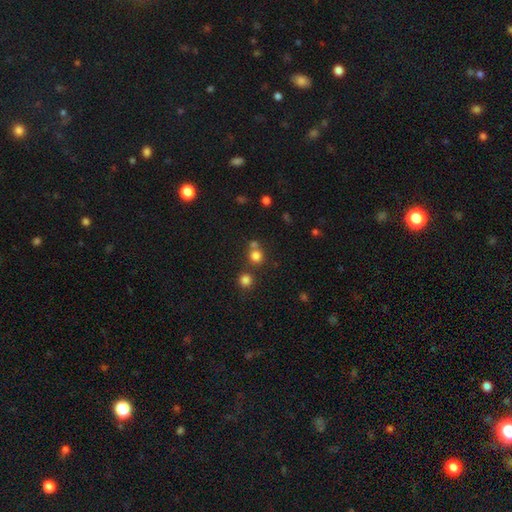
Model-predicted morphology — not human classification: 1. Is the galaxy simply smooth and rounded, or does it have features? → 77% smooth, 17% star or artifact, 7% featured or disk.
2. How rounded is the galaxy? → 89% round, 10% in between, 1% cigar-shaped.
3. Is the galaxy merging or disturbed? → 64% none, 25% merger, 7% minor disturbance, 3% major disturbance.